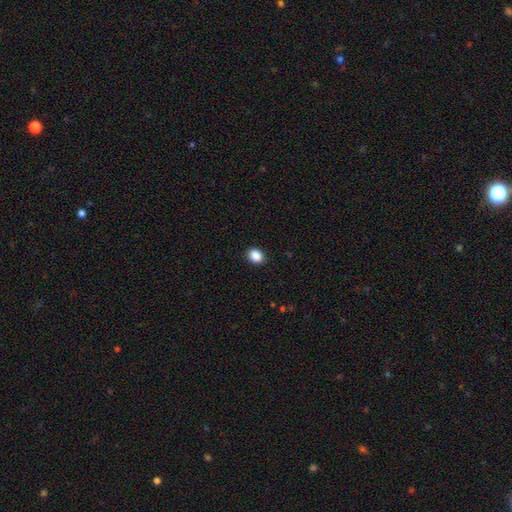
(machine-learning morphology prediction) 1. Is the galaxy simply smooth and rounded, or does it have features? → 89% smooth, 9% star or artifact, 2% featured or disk.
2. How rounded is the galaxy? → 53% round, 46% in between, 1% cigar-shaped.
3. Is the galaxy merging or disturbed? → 91% none, 7% minor disturbance, 2% major disturbance, 1% merger.